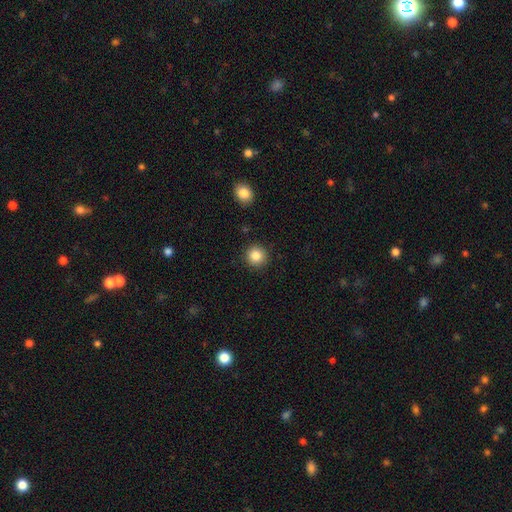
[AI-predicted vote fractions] Overall: smooth (85%). How rounded: round (94%). Merging: none (91%).